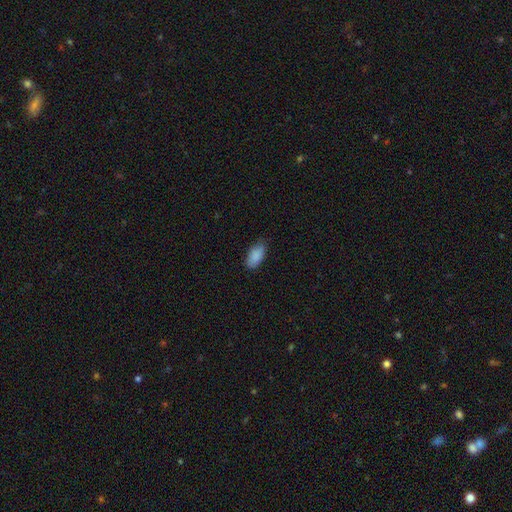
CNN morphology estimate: type=smooth (88%); roundness=in between (93%); merging=none (76%).